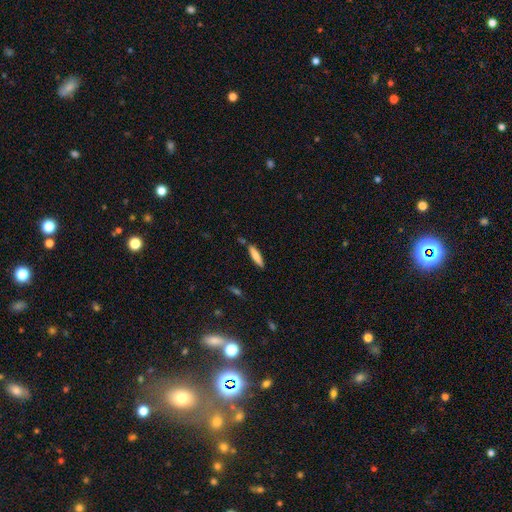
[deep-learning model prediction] A smooth galaxy with no disk features (77%) that is cigar-shaped (75%). Merging: none (82%).